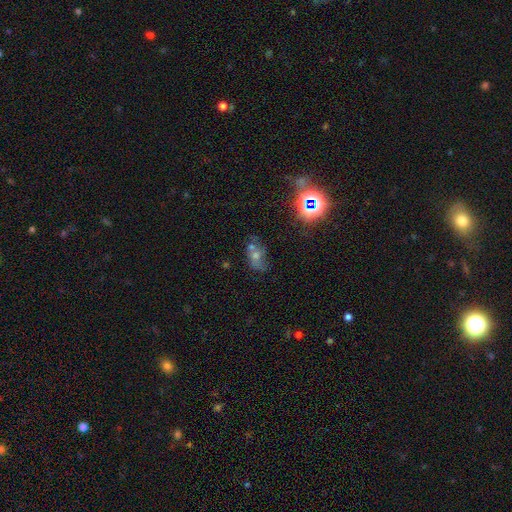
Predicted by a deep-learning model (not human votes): Smooth or featured? star or artifact (38%)